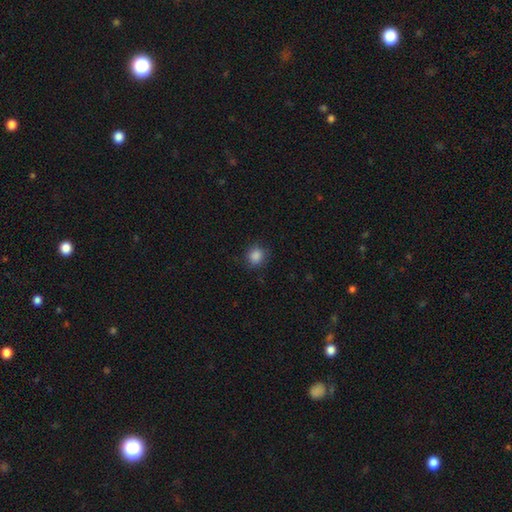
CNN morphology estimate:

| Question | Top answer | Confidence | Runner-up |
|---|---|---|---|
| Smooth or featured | smooth | 87% | star or artifact (10%) |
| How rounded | round | 81% | in between (18%) |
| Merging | none | 82% | minor disturbance (13%) |